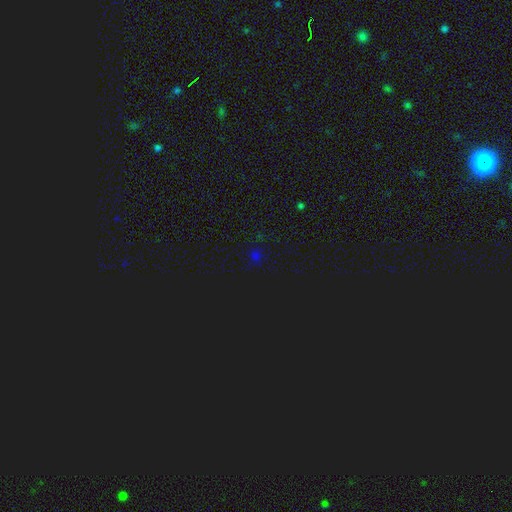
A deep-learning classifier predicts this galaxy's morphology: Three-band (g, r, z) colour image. It shows a star or artifact, not a galaxy (53%).